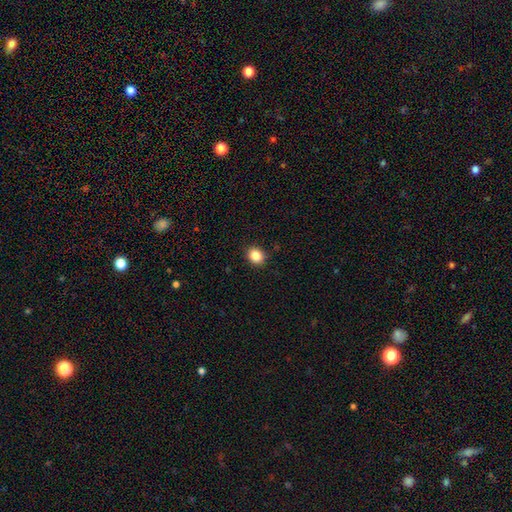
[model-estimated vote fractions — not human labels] A smooth galaxy with no disk features (86%) that is round (64%). Merging: none (88%).